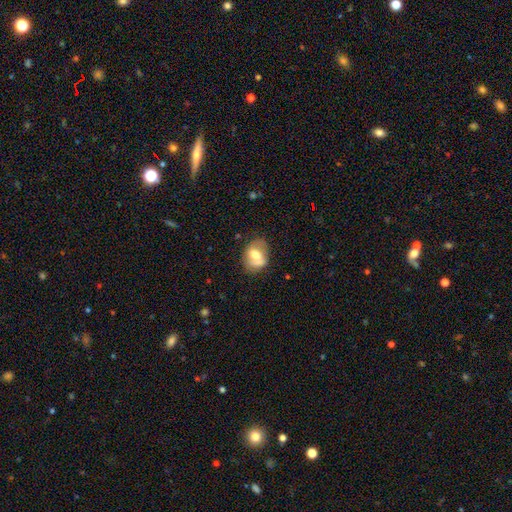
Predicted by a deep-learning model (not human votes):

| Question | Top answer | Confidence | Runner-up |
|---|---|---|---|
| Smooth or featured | smooth | 48% | featured or disk (44%) |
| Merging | none | 62% | minor disturbance (25%) |